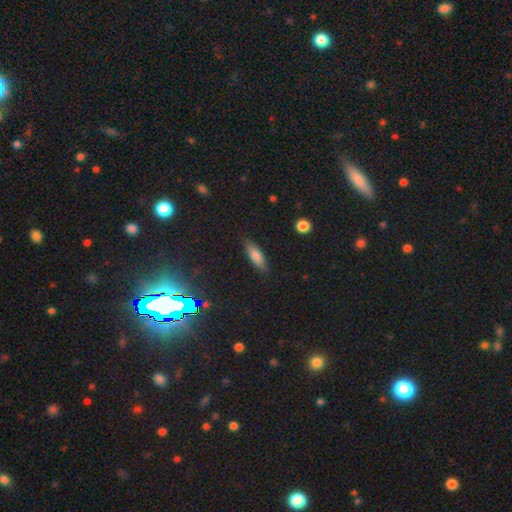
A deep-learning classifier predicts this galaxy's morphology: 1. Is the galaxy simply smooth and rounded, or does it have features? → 75% smooth, 16% featured or disk, 9% star or artifact.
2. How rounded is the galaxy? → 53% in between, 44% cigar-shaped, 3% round.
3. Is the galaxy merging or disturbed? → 85% none, 11% minor disturbance, 2% major disturbance, 1% merger.